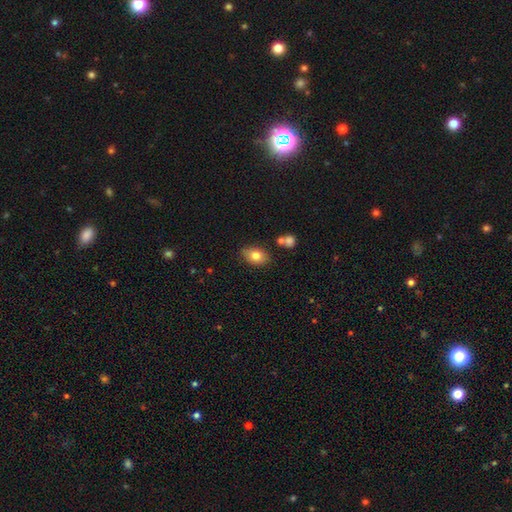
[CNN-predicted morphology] This appears to be a smooth galaxy with no disk features (79%) that is in between round and cigar-shaped (80%). Merging: none (74%).